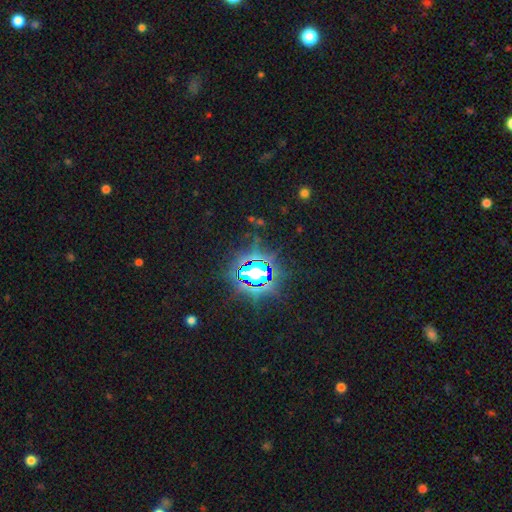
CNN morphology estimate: Smooth or featured? star or artifact (82%)